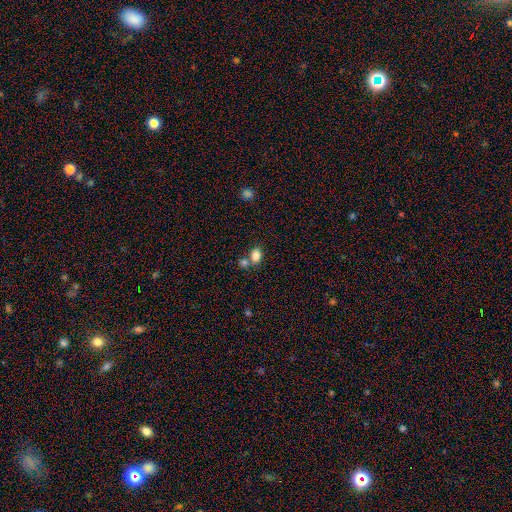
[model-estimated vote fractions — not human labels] Q: Smooth or featured?
A: smooth (84%); runner-up: star or artifact (10%)
Q: How rounded?
A: in between (70%); runner-up: round (29%)
Q: Merging?
A: none (54%); runner-up: merger (33%)